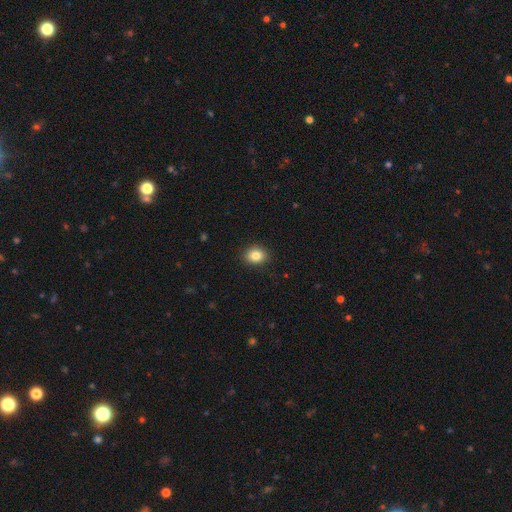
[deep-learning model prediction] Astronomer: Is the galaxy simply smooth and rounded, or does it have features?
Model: smooth — 84%.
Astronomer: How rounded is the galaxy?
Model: round — 53% (runner-up: in between, 46%).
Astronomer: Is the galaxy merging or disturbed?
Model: none — 90%.